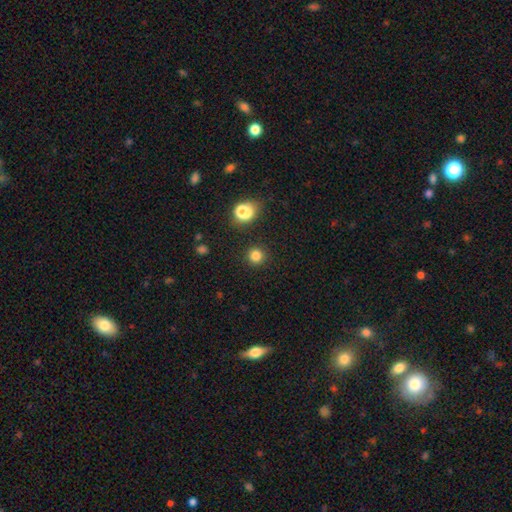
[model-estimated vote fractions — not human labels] smooth-or-featured: smooth: 82% | star or artifact: 13% | featured or disk: 4%
  how-rounded: round: 92% | in between: 7% | cigar-shaped: 1%
  merging: none: 89% | minor disturbance: 6% | merger: 3% | major disturbance: 3%